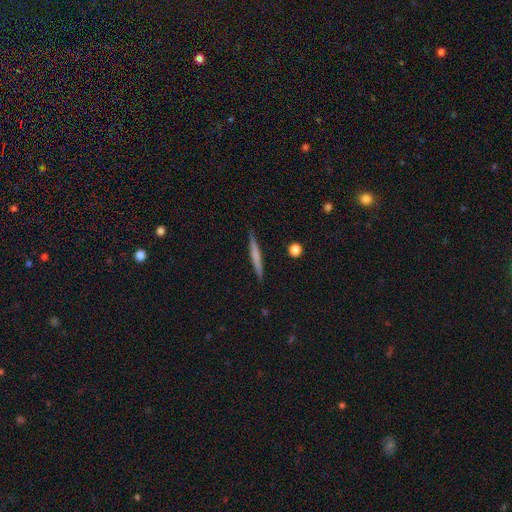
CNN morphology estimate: A smooth galaxy with no disk features (58%) that is cigar-shaped (96%). Merging: none (90%).